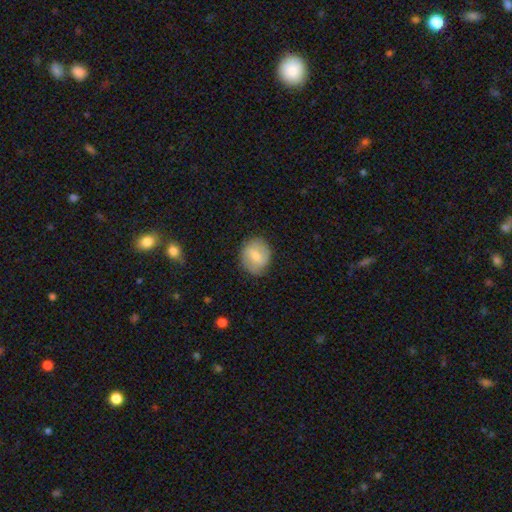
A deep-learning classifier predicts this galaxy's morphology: This appears to be a smooth galaxy with no disk features (59%) that is round (70%). Merging: none (79%).